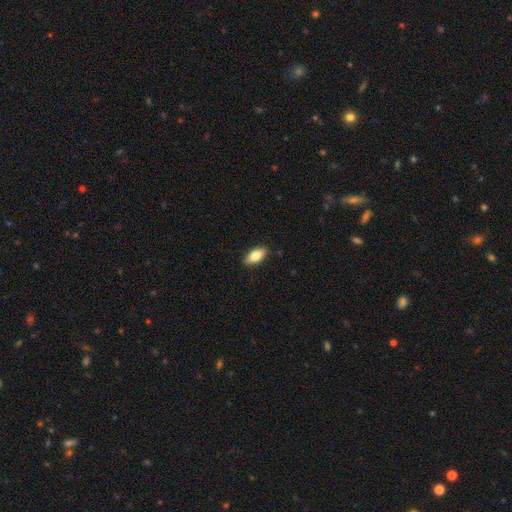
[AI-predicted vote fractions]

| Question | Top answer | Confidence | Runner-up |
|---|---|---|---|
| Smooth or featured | smooth | 80% | featured or disk (13%) |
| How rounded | in between | 89% | cigar-shaped (8%) |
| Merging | none | 89% | minor disturbance (8%) |